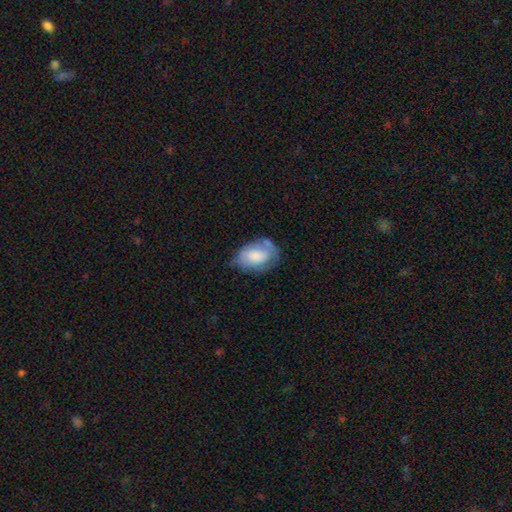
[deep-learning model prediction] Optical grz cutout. It shows a smooth galaxy with no disk features (62%) that is in between round and cigar-shaped (84%). Merging: none (45%).